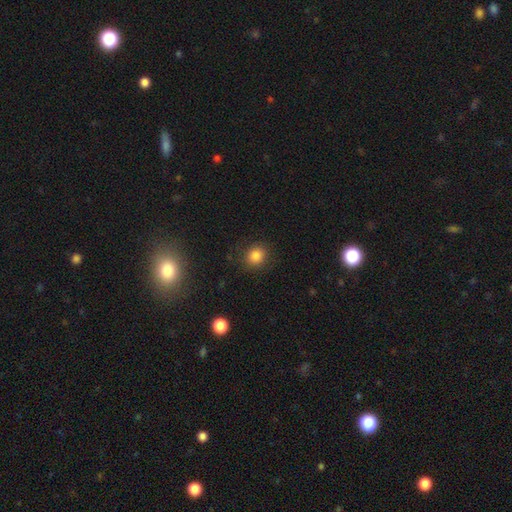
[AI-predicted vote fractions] smooth-or-featured: smooth: 83% | star or artifact: 11% | featured or disk: 6%
  how-rounded: round: 78% | in between: 22% | cigar-shaped: 1%
  merging: none: 85% | minor disturbance: 10% | major disturbance: 4% | merger: 1%